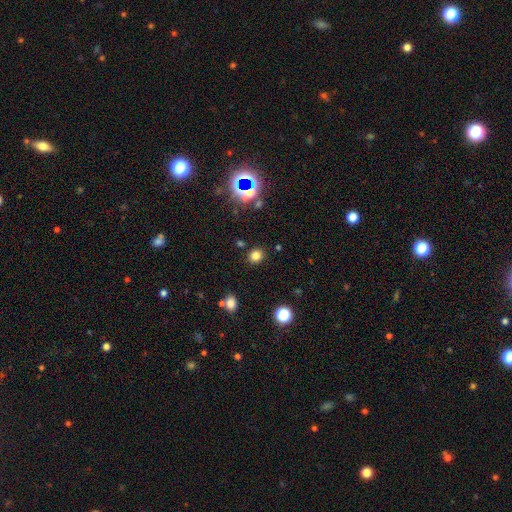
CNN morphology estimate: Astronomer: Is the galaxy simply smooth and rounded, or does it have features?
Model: smooth — 78%.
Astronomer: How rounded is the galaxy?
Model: round — 76%.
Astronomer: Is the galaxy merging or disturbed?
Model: none — 87%.